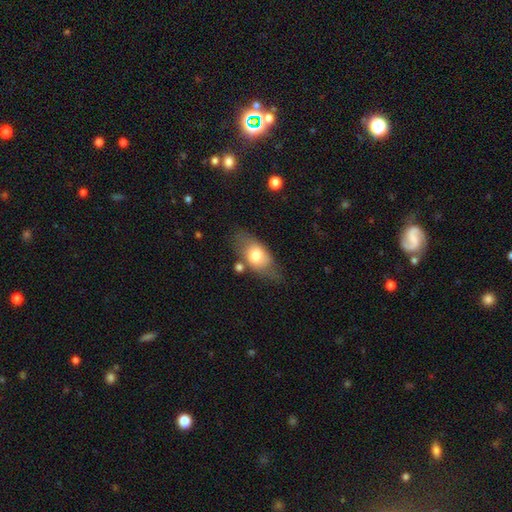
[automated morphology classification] This appears to be a smooth galaxy with no disk features (68%) that is in between round and cigar-shaped (82%). Merging: none (61%).